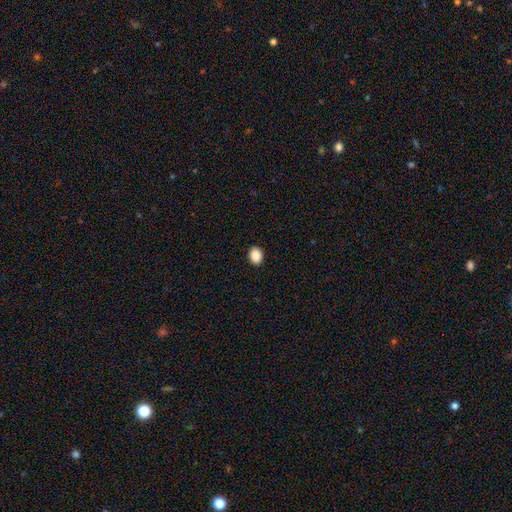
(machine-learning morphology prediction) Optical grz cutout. It shows a smooth galaxy with no disk features (90%) that is in between round and cigar-shaped (66%). Merging: none (91%).